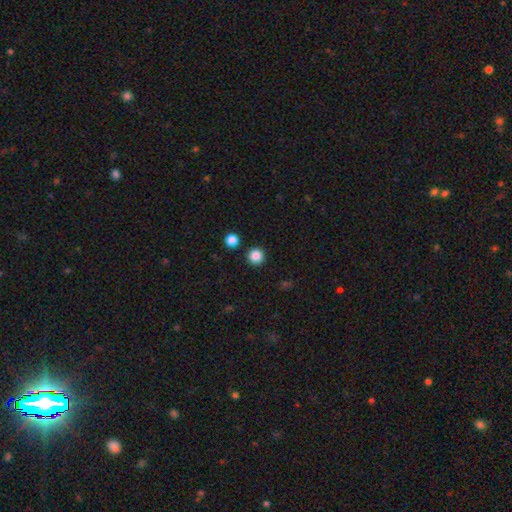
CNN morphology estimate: smooth_or_featured: smooth (p=0.85) [alt: star or artifact p=0.11]
how_rounded: round (p=0.96) [alt: in between p=0.03]
merging: none (p=0.91) [alt: minor disturbance p=0.04]